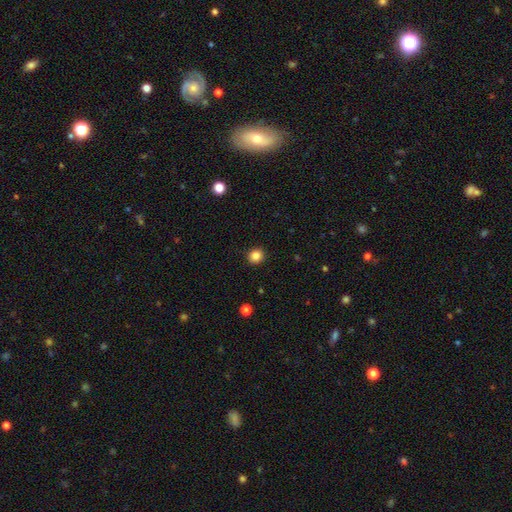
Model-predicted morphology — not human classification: A smooth galaxy with no disk features (85%) that is round (89%). Merging: none (92%).